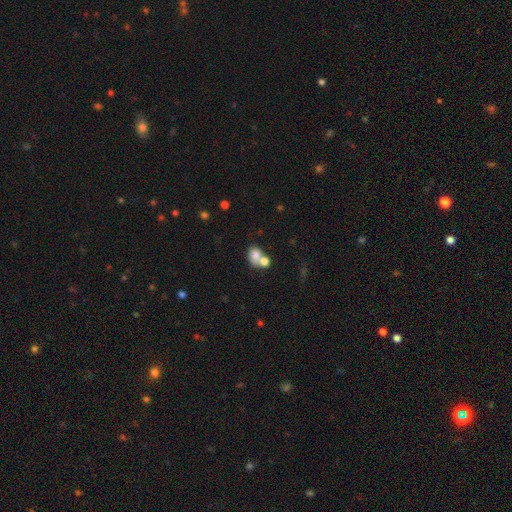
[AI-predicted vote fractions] Q: Smooth or featured?
A: smooth (74%); runner-up: featured or disk (15%)
Q: How rounded?
A: round (52%); runner-up: in between (47%)
Q: Merging?
A: merger (55%); runner-up: none (30%)